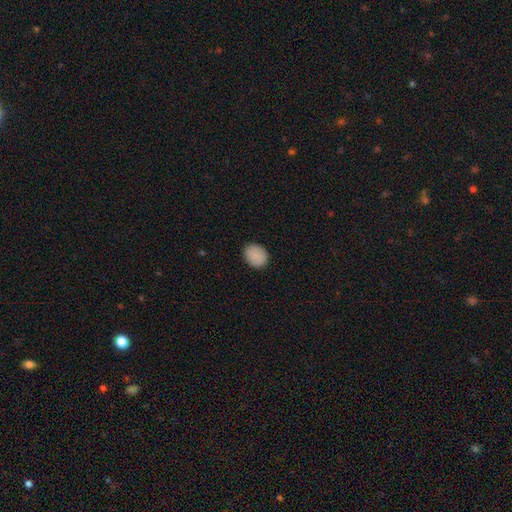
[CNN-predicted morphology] type=smooth (88%); roundness=round (63%); merging=none (88%).